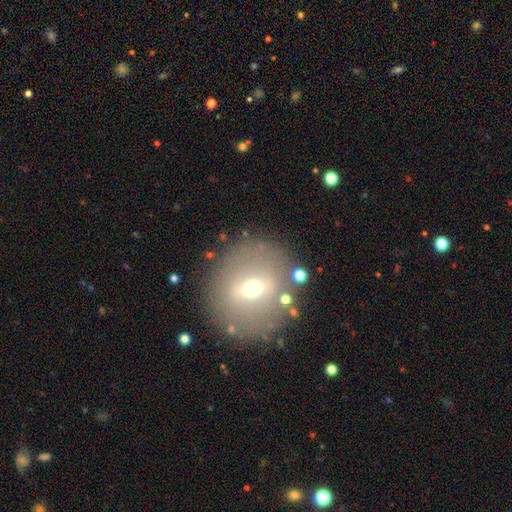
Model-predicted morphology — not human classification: Smooth or featured? Predicted: smooth (p=0.47). Merging? Predicted: none (p=0.82).